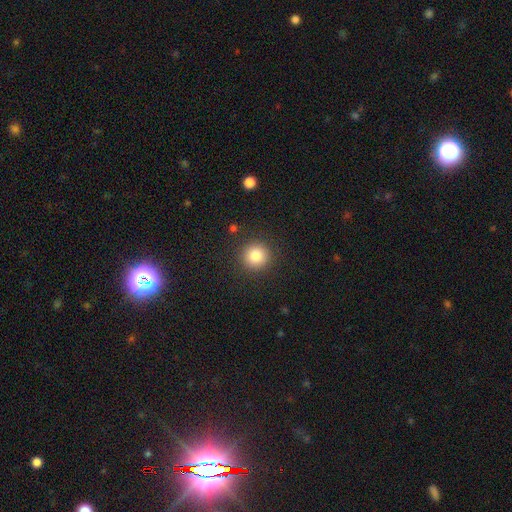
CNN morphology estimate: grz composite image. It shows a smooth galaxy with no disk features (84%) that is round (94%). Merging: none (90%).